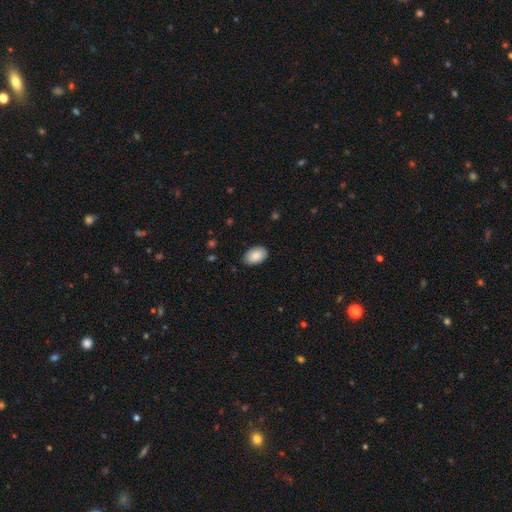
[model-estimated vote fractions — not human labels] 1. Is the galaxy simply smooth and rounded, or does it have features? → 88% smooth, 6% star or artifact, 6% featured or disk.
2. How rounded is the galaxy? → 91% in between, 8% round, 1% cigar-shaped.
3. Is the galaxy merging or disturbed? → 86% none, 11% minor disturbance, 2% major disturbance, 1% merger.